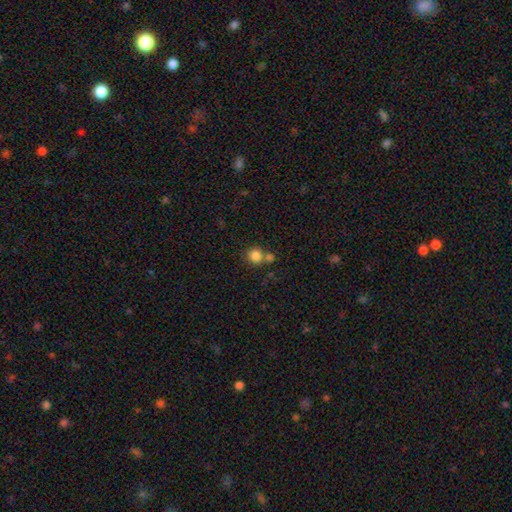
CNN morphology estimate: Overall: smooth (83%). How rounded: round (89%). Merging: none (59%; merger 29%).